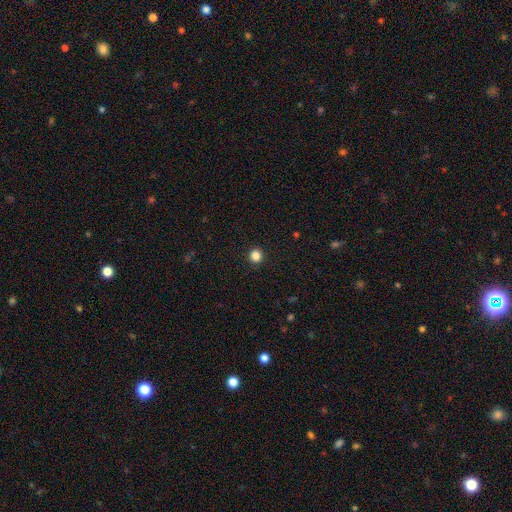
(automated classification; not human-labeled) Smooth or featured? smooth (85%)
How rounded? round (92%)
Merging? none (93%)